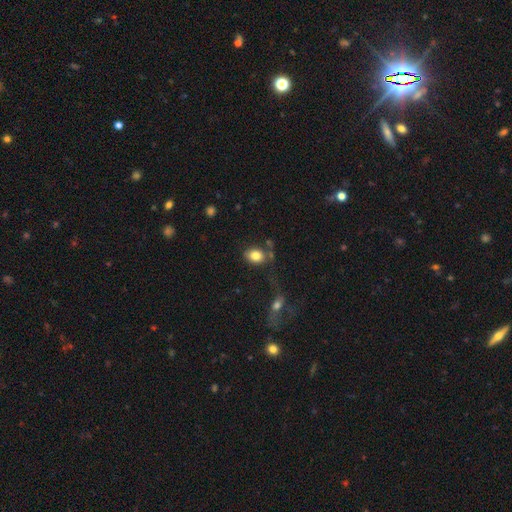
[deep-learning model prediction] This appears to be a smooth galaxy with no disk features (83%) that is in between round and cigar-shaped (58%). Merging: none (64%).